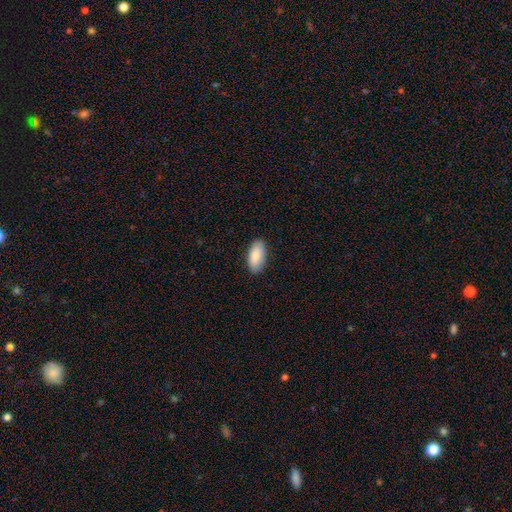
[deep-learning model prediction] smooth-or-featured: smooth: 85% | featured or disk: 9% | star or artifact: 6%
  how-rounded: in between: 93% | cigar-shaped: 5% | round: 2%
  merging: none: 88% | minor disturbance: 9% | major disturbance: 2% | merger: 1%